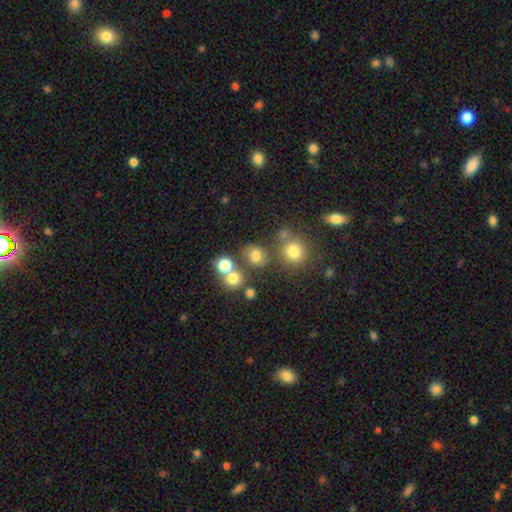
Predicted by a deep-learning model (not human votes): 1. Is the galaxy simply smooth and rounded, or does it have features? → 73% smooth, 18% star or artifact, 9% featured or disk.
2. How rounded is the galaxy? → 68% round, 31% in between, 1% cigar-shaped.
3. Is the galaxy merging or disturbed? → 68% none, 15% merger, 11% minor disturbance, 5% major disturbance.